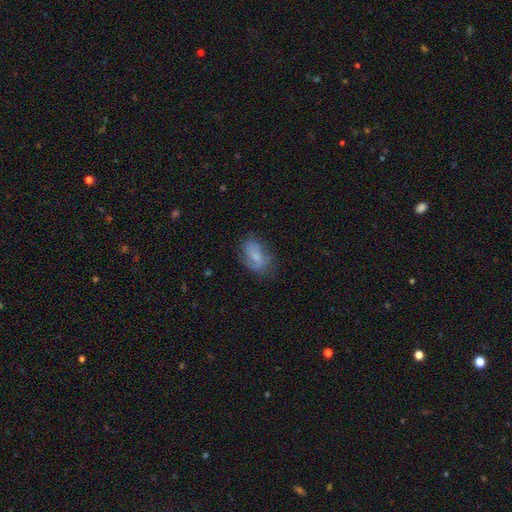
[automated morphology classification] smooth_or_featured: smooth (p=0.55) [alt: featured or disk p=0.36]
how_rounded: in between (p=0.85) [alt: round p=0.13]
merging: none (p=0.58) [alt: minor disturbance p=0.27]